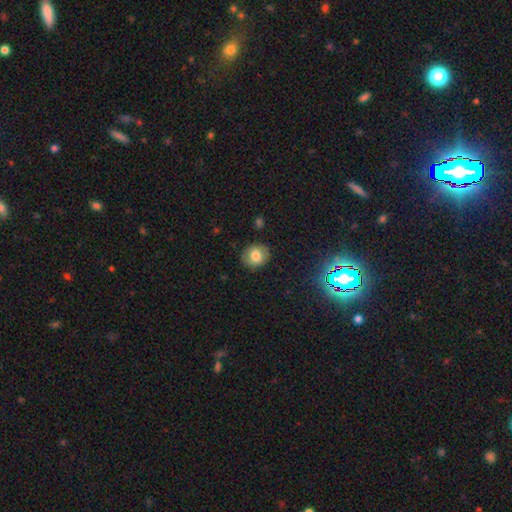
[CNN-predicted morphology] smooth-or-featured: smooth: 72% | featured or disk: 18% | star or artifact: 11%
  how-rounded: round: 74% | in between: 25% | cigar-shaped: 1%
  merging: none: 85% | minor disturbance: 11% | major disturbance: 3% | merger: 1%